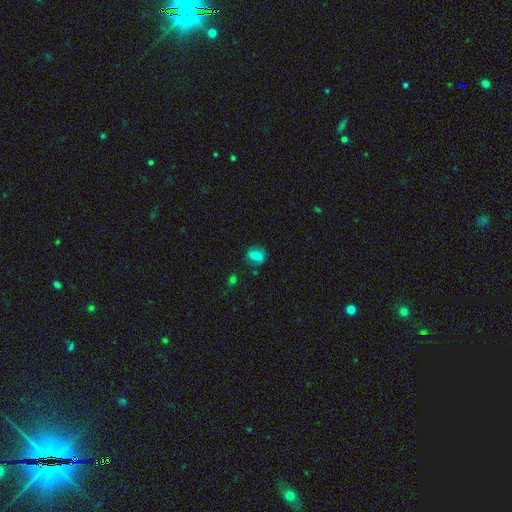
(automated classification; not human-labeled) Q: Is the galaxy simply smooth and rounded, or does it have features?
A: smooth — 74%.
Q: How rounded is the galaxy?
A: in between — 63%.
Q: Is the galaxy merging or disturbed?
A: none — 71%.